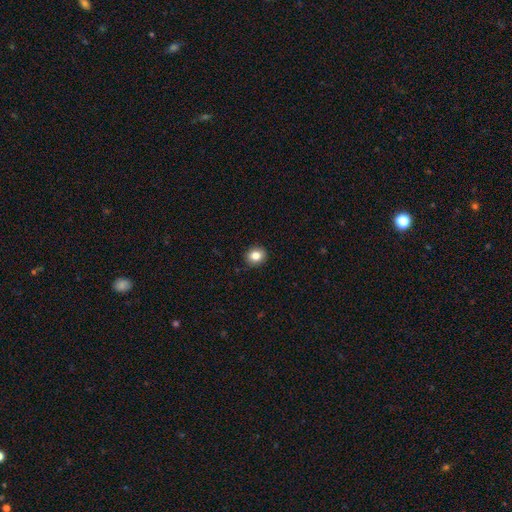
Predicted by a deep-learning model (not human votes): smooth_or_featured: smooth (p=0.83) [alt: star or artifact p=0.10]
how_rounded: round (p=0.71) [alt: in between p=0.28]
merging: none (p=0.89) [alt: minor disturbance p=0.08]